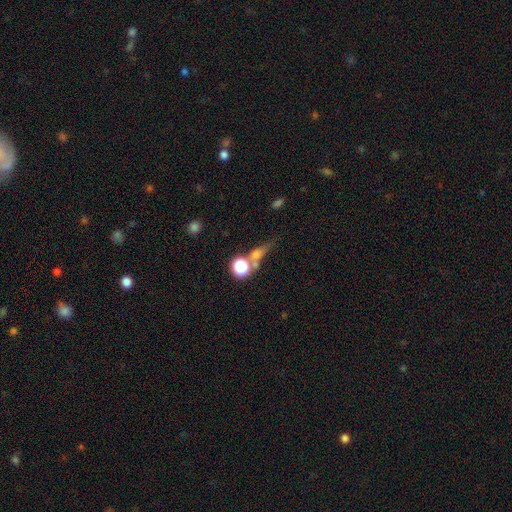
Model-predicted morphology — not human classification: Overall: smooth (61%; star or artifact 21%). How rounded: round (52%; in between 28%). Merging: none (44%; merger 31%).